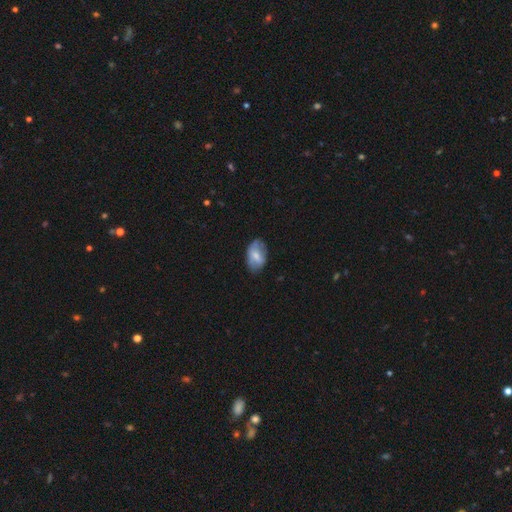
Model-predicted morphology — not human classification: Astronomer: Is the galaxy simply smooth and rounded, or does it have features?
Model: smooth — 57% (runner-up: featured or disk, 36%).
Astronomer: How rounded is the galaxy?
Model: in between — 90%.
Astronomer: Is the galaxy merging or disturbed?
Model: none — 67%.